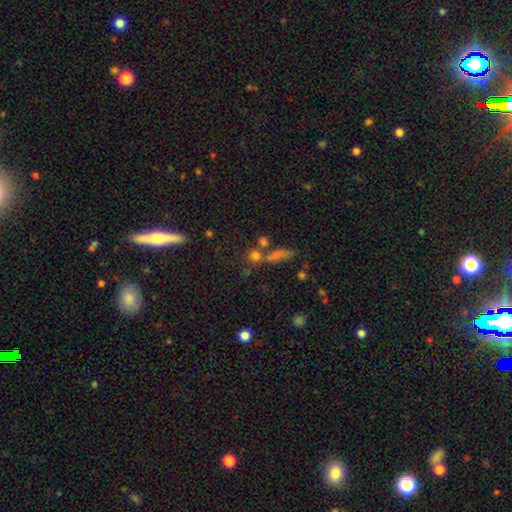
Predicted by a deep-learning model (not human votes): smooth_or_featured: smooth (p=0.69) [alt: star or artifact p=0.20]
how_rounded: round (p=0.79) [alt: in between p=0.14]
merging: none (p=0.57) [alt: merger p=0.28]